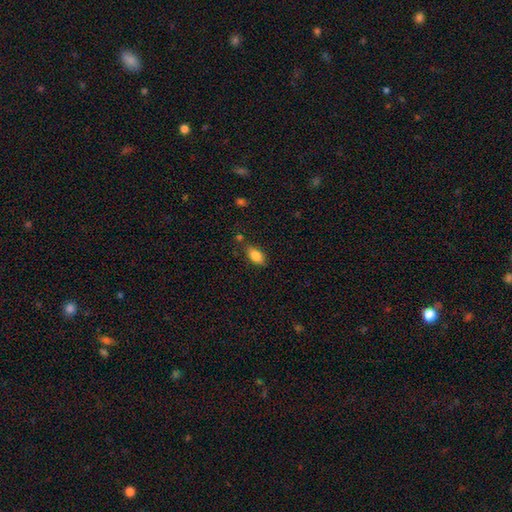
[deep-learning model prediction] Smooth or featured?
  - smooth: 85% *
  - star or artifact: 8%
  - featured or disk: 8%
How rounded?
  - in between: 90% *
  - cigar-shaped: 5%
  - round: 4%
Merging?
  - none: 77% *
  - minor disturbance: 15%
  - merger: 5%
  - major disturbance: 3%